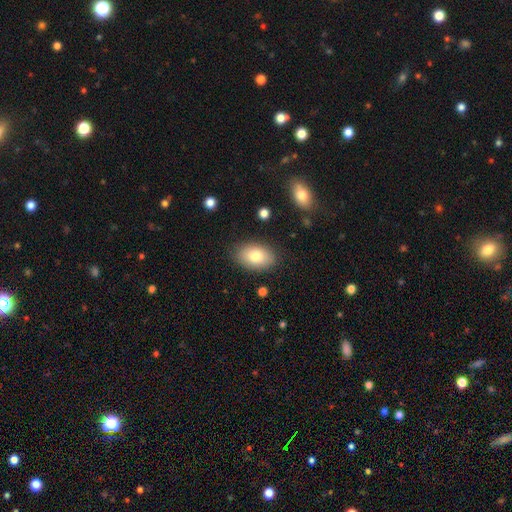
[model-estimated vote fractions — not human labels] Smooth or featured: smooth — 78% (featured or disk — 15%)
How rounded: in between — 89% (round — 10%)
Merging: none — 85% (minor disturbance — 11%)